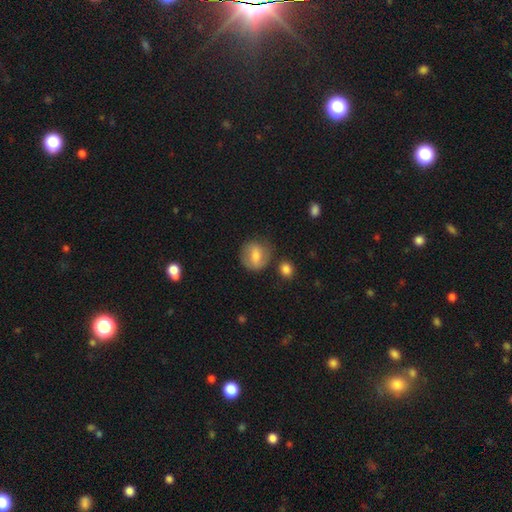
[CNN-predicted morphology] Smooth or featured? smooth (58%)
How rounded? round (70%)
Merging? none (70%)